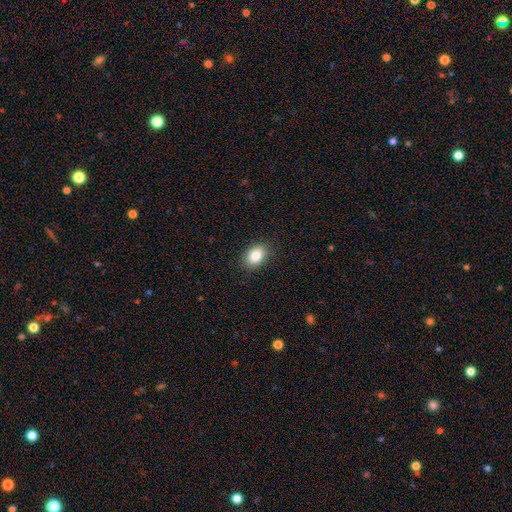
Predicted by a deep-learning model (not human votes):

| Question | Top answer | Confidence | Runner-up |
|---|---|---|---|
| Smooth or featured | smooth | 85% | star or artifact (9%) |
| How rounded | in between | 72% | round (27%) |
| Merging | none | 87% | minor disturbance (9%) |